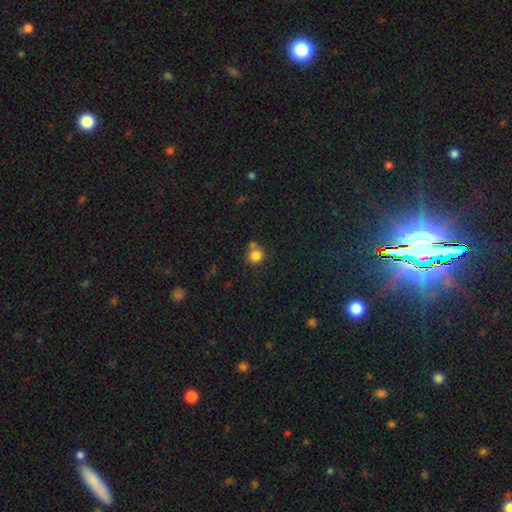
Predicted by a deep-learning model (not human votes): Q: Smooth or featured?
A: smooth (82%); runner-up: star or artifact (12%)
Q: How rounded?
A: round (90%); runner-up: in between (9%)
Q: Merging?
A: none (64%); runner-up: merger (20%)